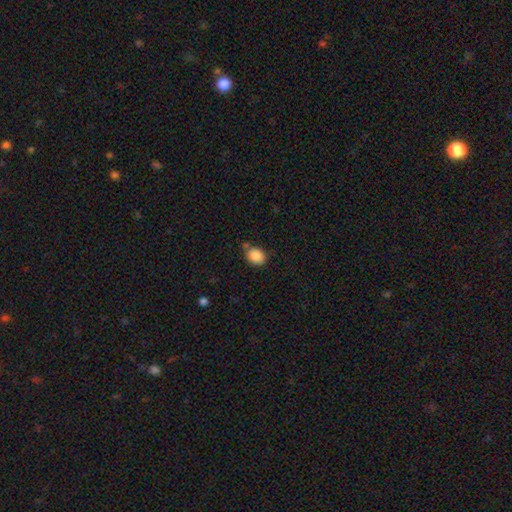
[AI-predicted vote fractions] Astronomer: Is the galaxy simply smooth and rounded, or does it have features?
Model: smooth — 88%.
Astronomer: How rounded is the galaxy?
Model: in between — 54% (runner-up: round, 45%).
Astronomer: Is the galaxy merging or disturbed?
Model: none — 68%.